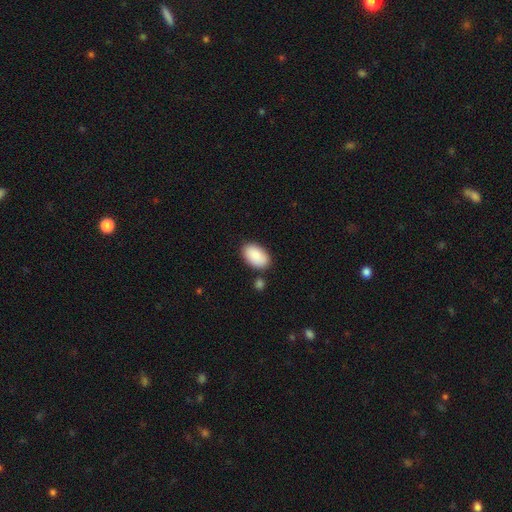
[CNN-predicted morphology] A smooth galaxy with no disk features (90%) that is in between round and cigar-shaped (95%).

Vote fractions:
- Smooth or featured? smooth: 90% / star or artifact: 6% / featured or disk: 4%
- How rounded? in between: 95% / round: 4% / cigar-shaped: 1%
- Merging? none: 81% / minor disturbance: 12% / merger: 5% / major disturbance: 3%